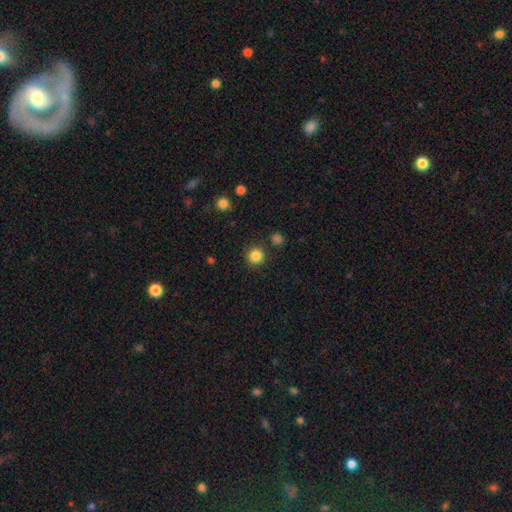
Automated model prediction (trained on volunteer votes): smooth-or-featured: smooth: 85% | star or artifact: 11% | featured or disk: 4%
  how-rounded: round: 94% | in between: 5% | cigar-shaped: 1%
  merging: none: 89% | minor disturbance: 6% | merger: 3% | major disturbance: 2%